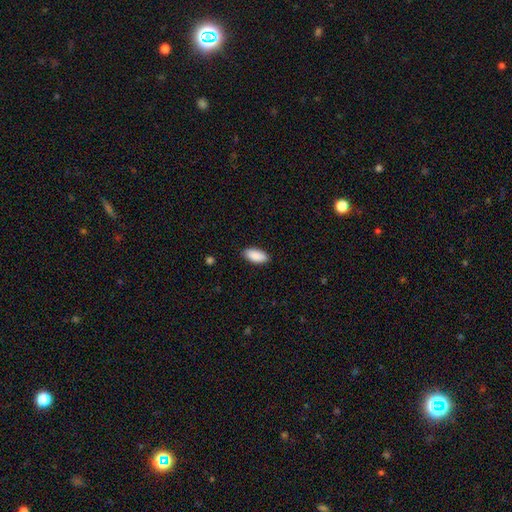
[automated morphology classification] Smooth or featured?
  - smooth: 91% *
  - star or artifact: 6%
  - featured or disk: 4%
How rounded?
  - in between: 90% *
  - cigar-shaped: 8%
  - round: 2%
Merging?
  - none: 89% *
  - minor disturbance: 9%
  - major disturbance: 2%
  - merger: 1%